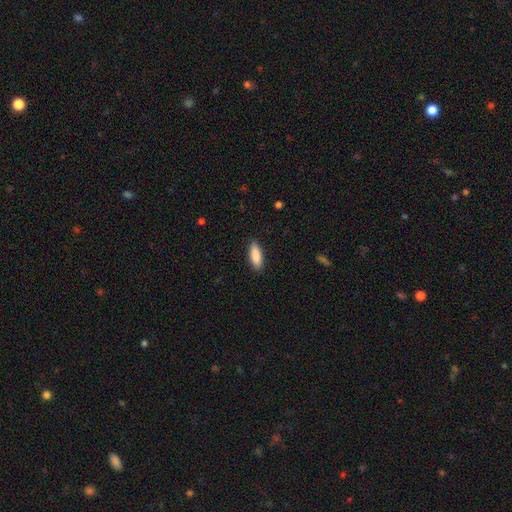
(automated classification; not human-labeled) smooth-or-featured: smooth: 88% | featured or disk: 6% | star or artifact: 6%
  how-rounded: in between: 65% | cigar-shaped: 33% | round: 2%
  merging: none: 88% | minor disturbance: 9% | major disturbance: 2% | merger: 1%